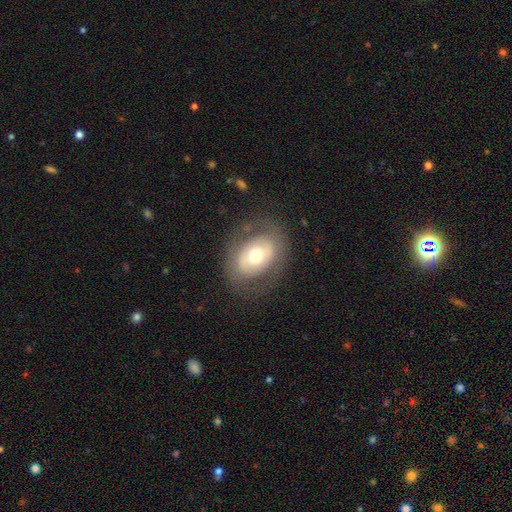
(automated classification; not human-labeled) smooth_or_featured: smooth (p=0.48) [alt: featured or disk p=0.44]
merging: none (p=0.75) [alt: minor disturbance p=0.14]